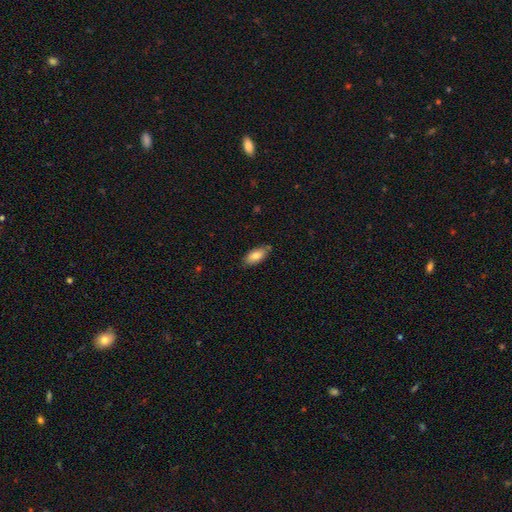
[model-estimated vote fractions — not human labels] Smooth or featured?
  - smooth: 82% *
  - featured or disk: 12%
  - star or artifact: 7%
How rounded?
  - in between: 88% *
  - cigar-shaped: 10%
  - round: 2%
Merging?
  - none: 77% *
  - minor disturbance: 17%
  - merger: 3%
  - major disturbance: 3%